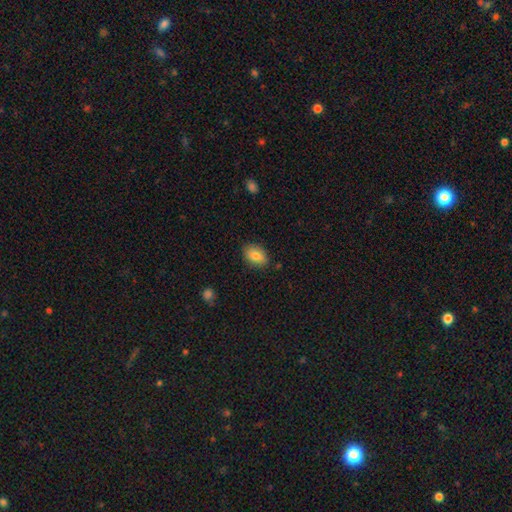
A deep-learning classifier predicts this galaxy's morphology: Smooth or featured? smooth (81%)
How rounded? in between (82%)
Merging? none (83%)